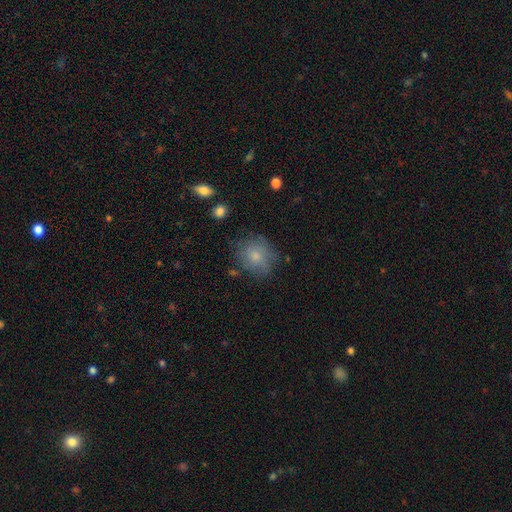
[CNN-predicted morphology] smooth-or-featured: smooth: 74% | featured or disk: 17% | star or artifact: 9%
  how-rounded: round: 74% | in between: 25% | cigar-shaped: 1%
  merging: none: 71% | minor disturbance: 20% | major disturbance: 7% | merger: 2%